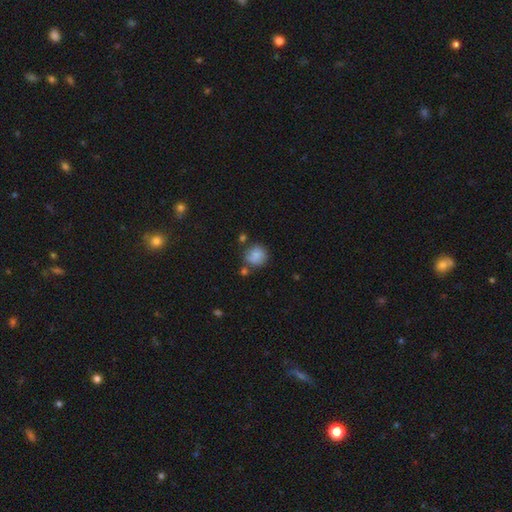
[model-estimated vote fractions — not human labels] Overall: smooth (83%). How rounded: round (85%). Merging: none (66%).